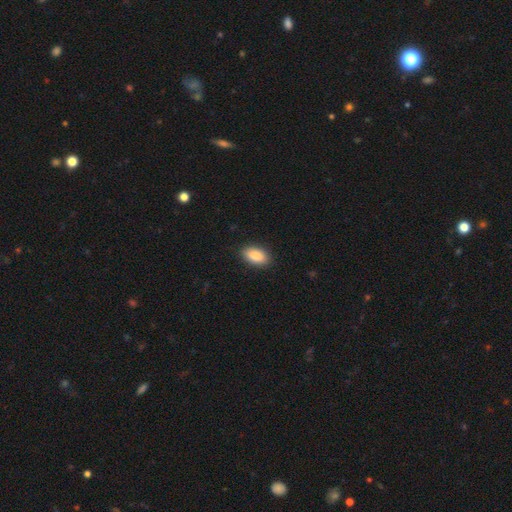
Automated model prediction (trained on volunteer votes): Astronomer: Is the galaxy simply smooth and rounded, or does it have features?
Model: smooth — 89%.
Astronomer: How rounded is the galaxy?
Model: in between — 93%.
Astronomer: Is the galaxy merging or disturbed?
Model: none — 89%.